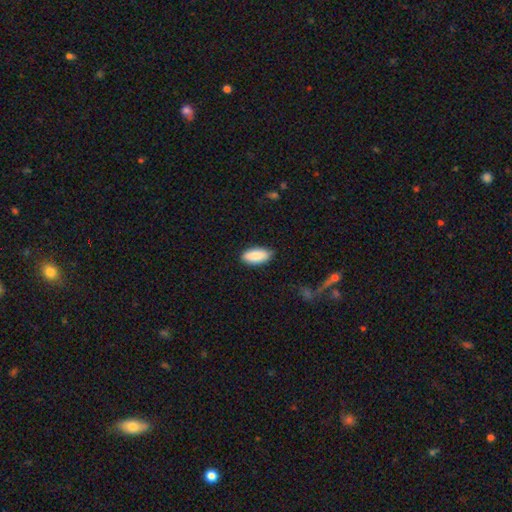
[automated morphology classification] The model was most divided on "merging": none: 85%, minor disturbance: 12%, major disturbance: 2%, merger: 1%. More confident: how rounded — in between (91%); smooth or featured — smooth (87%).